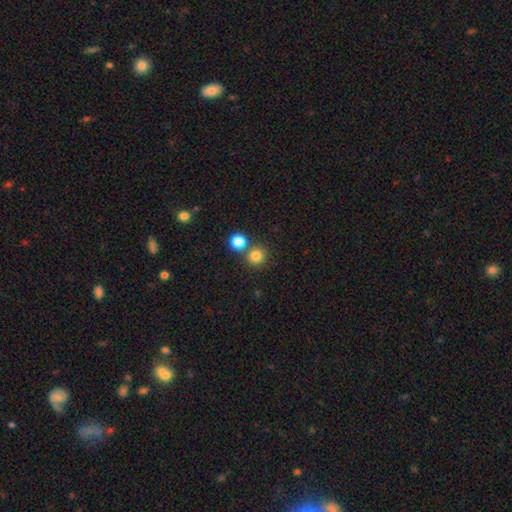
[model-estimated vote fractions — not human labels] Overall: smooth (80%). How rounded: round (92%). Merging: none (69%).